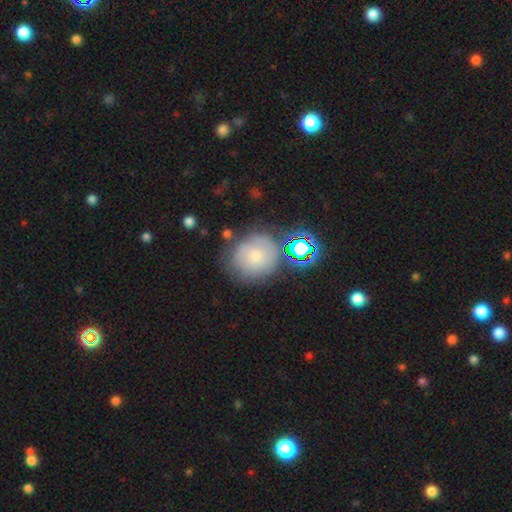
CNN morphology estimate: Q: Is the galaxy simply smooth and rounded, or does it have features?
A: smooth — 54%.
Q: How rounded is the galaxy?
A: round — 83%.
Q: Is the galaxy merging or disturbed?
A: none — 64%.